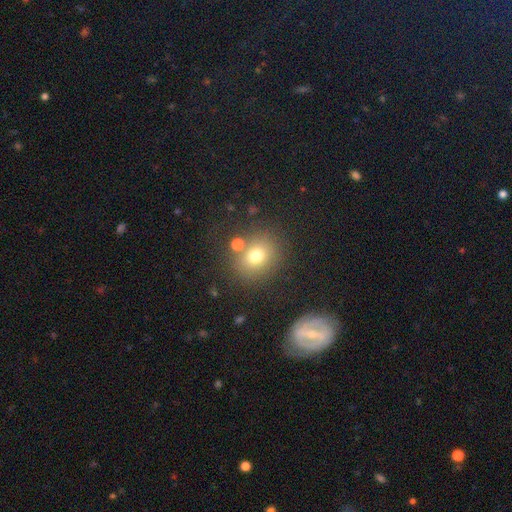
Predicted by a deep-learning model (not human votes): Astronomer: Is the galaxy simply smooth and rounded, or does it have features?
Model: smooth — 73%.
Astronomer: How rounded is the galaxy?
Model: round — 72%.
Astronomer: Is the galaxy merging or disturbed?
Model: none — 75%.